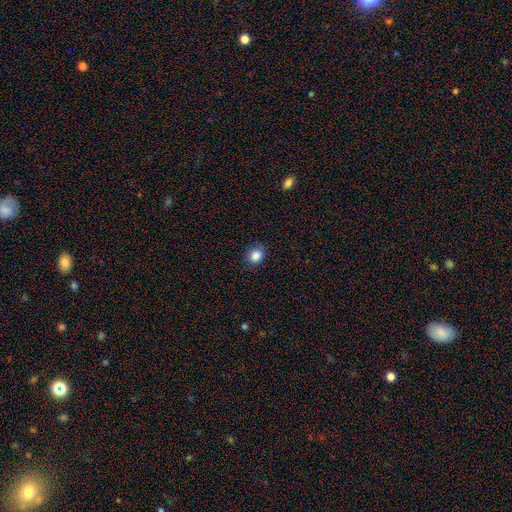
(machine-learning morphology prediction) Smooth or featured? smooth (86%)
How rounded? round (72%)
Merging? none (84%)